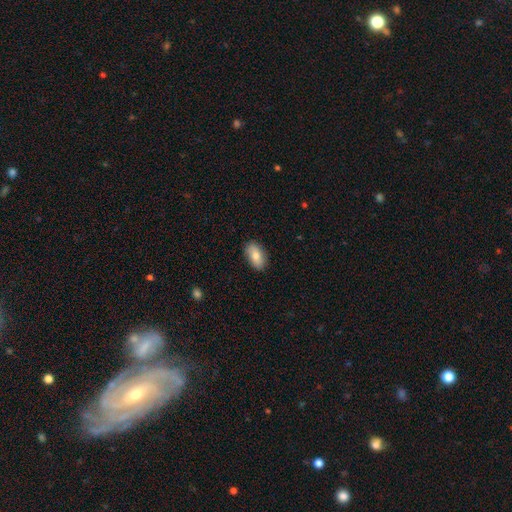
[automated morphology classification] A smooth galaxy with no disk features (78%) that is in between round and cigar-shaped (92%).

Vote fractions:
- Smooth or featured? smooth: 78% / featured or disk: 15% / star or artifact: 7%
- How rounded? in between: 92% / round: 5% / cigar-shaped: 3%
- Merging? none: 85% / minor disturbance: 12% / major disturbance: 2% / merger: 1%